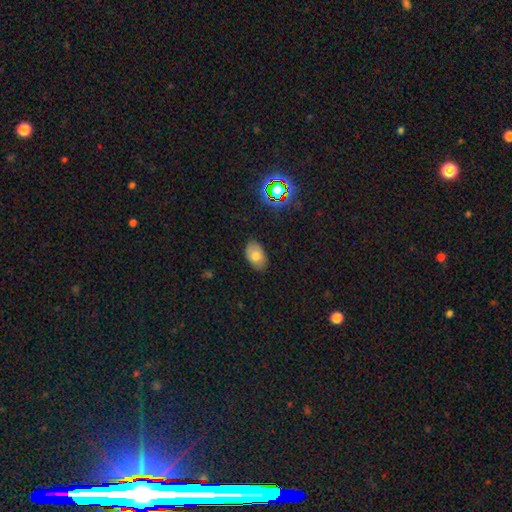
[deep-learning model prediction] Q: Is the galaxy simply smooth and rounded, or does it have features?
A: smooth — 74%.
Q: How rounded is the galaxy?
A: in between — 89%.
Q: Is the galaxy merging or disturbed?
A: none — 83%.